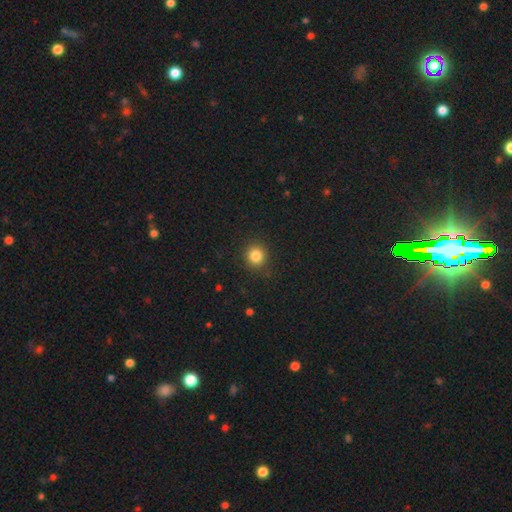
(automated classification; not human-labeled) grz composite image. It shows a smooth galaxy with no disk features (84%) that is round (90%). Merging: none (89%).